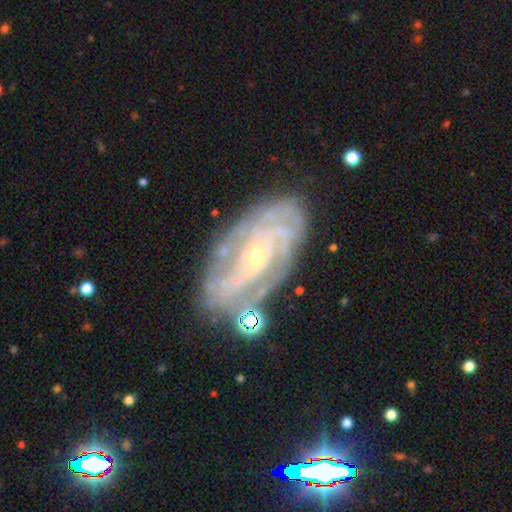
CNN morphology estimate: Smooth or featured? Predicted: featured or disk (p=0.87). Edge-on disk? Predicted: no (p=0.94). Bar? Predicted: no (p=0.60). Spiral arms? Predicted: yes (p=0.96). Spiral winding? Predicted: tight (p=0.70). Spiral arm count? Predicted: can't tell (p=0.30). Bulge size? Predicted: small (p=0.80). Merging? Predicted: none (p=0.74).